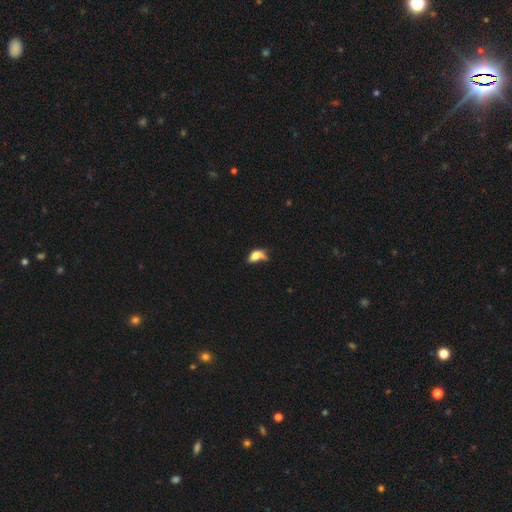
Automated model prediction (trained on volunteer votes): Q: Smooth or featured?
A: smooth (69%); runner-up: featured or disk (20%)
Q: How rounded?
A: in between (82%); runner-up: round (12%)
Q: Merging?
A: major disturbance (31%); runner-up: minor disturbance (29%)